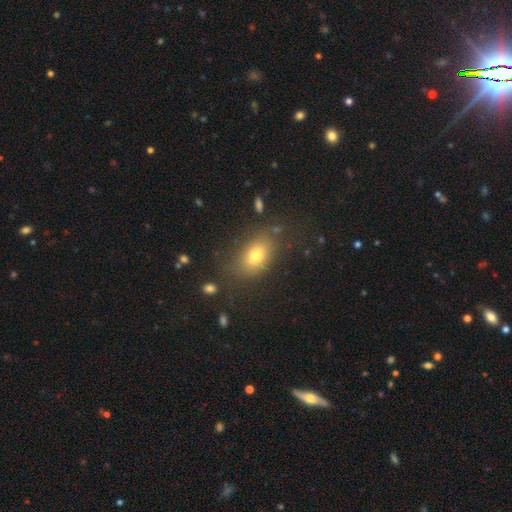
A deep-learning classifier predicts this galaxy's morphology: The model was most divided on "merging": none: 73%, minor disturbance: 17%, major disturbance: 8%, merger: 3%. More confident: how rounded — in between (79%); smooth or featured — smooth (73%).